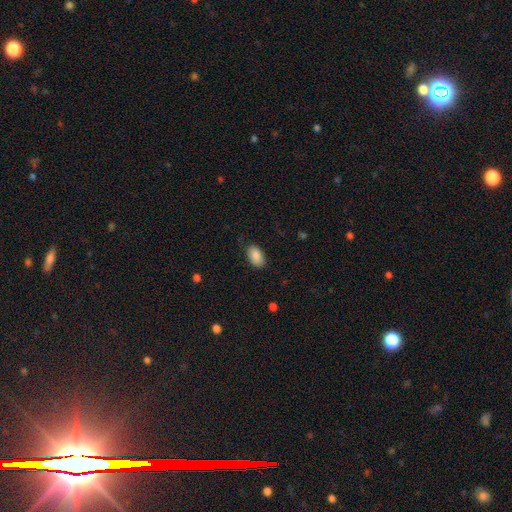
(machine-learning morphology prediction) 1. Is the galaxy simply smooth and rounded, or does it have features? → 88% smooth, 7% star or artifact, 5% featured or disk.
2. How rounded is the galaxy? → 94% in between, 5% round, 1% cigar-shaped.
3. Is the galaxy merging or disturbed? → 85% none, 12% minor disturbance, 3% major disturbance, 1% merger.